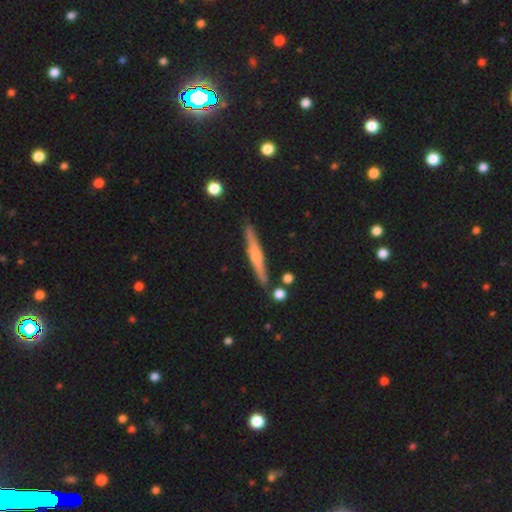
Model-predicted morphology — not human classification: A featured or disk galaxy (66%) viewed edge-on (96%) with a rounded central bulge (72%).

Vote fractions:
- Smooth or featured? featured or disk: 66% / smooth: 26% / star or artifact: 9%
- Edge-on disk? yes: 96% / no: 4%
- Edge-on bulge? rounded: 72% / none: 19% / boxy: 9%
- Merging? none: 86% / minor disturbance: 9% / merger: 3% / major disturbance: 2%